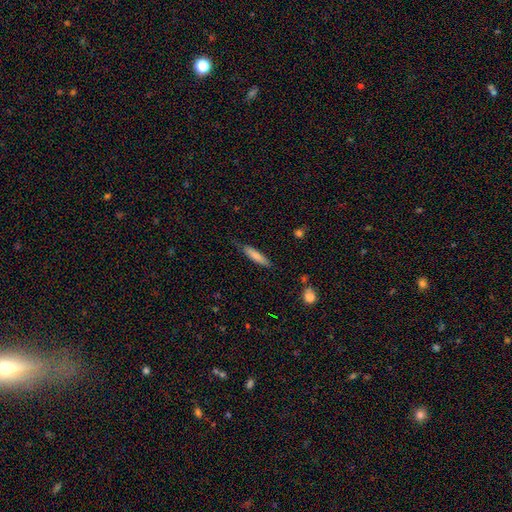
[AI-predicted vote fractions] smooth_or_featured: smooth (p=0.77) [alt: featured or disk p=0.17]
how_rounded: cigar-shaped (p=0.80) [alt: in between p=0.19]
merging: none (p=0.75) [alt: minor disturbance p=0.20]